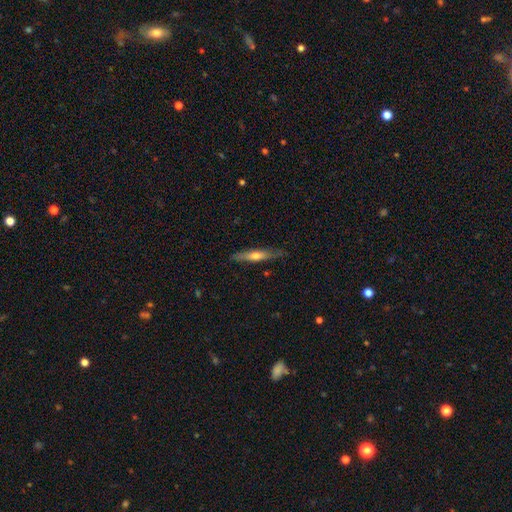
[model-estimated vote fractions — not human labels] A smooth galaxy with no disk features (47%, tied with featured or disk).

Vote fractions:
- Smooth or featured? smooth: 47% (tied) / featured or disk: 47% (tied) / star or artifact: 6%
- Merging? none: 83% / minor disturbance: 13% / major disturbance: 2% / merger: 1%